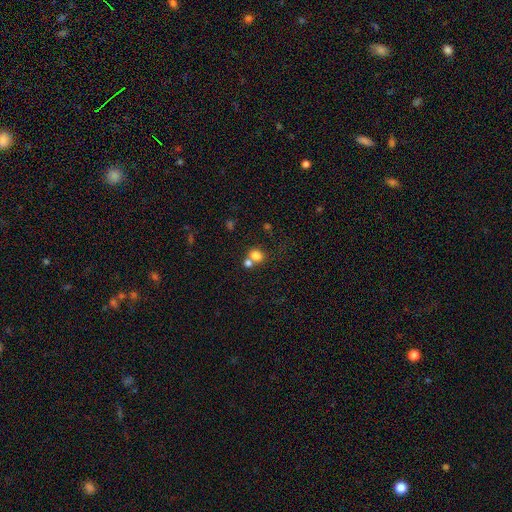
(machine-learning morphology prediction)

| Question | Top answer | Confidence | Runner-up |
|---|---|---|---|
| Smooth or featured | smooth | 77% | star or artifact (13%) |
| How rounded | round | 57% | in between (42%) |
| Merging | merger | 46% | none (41%) |